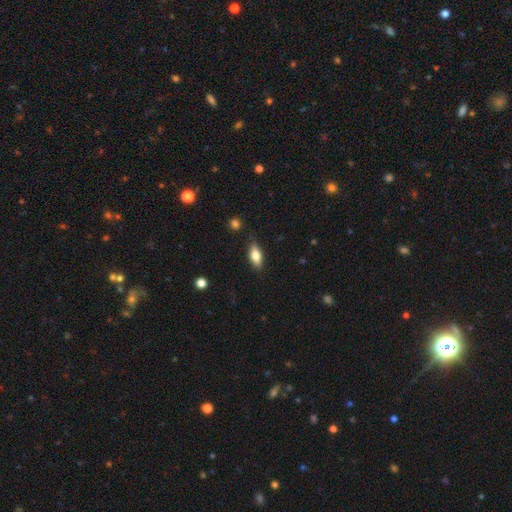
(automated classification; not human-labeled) Smooth or featured? smooth (70%)
How rounded? in between (77%)
Merging? none (83%)